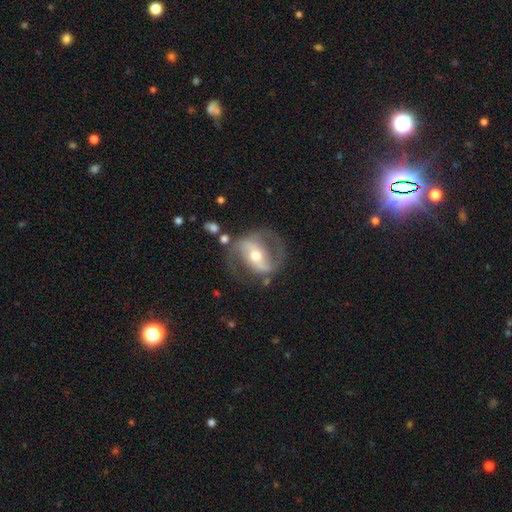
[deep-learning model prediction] Smooth or featured? Predicted: featured or disk (p=0.84). Edge-on disk? Predicted: no (p=0.96). Bar? Predicted: strong (p=0.47). Spiral arms? Predicted: yes (p=0.90). Spiral winding? Predicted: medium (p=0.50). Spiral arm count? Predicted: 2 (p=0.88). Bulge size? Predicted: moderate (p=0.63). Merging? Predicted: none (p=0.68).